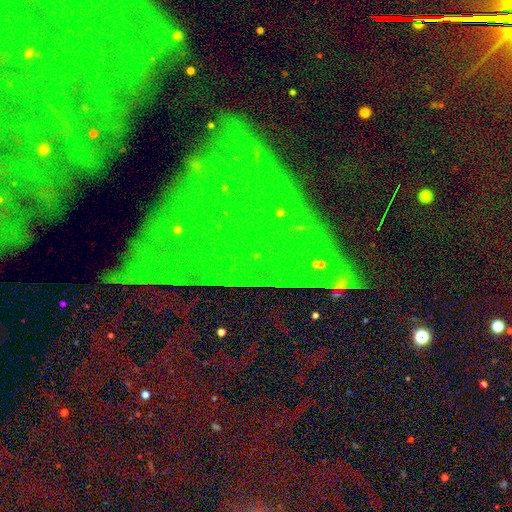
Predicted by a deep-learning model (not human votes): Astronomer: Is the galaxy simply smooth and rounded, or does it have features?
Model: star or artifact — 83%.